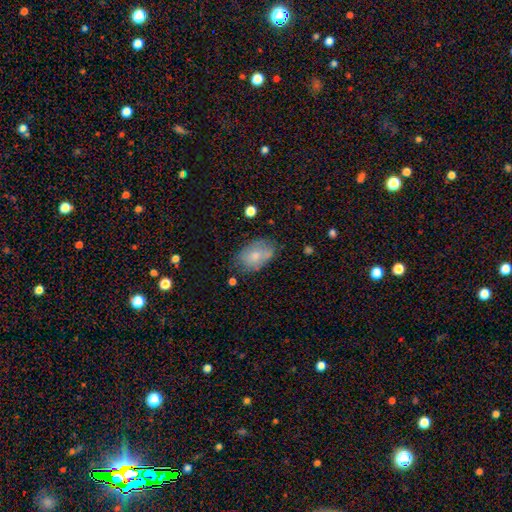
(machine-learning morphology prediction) smooth-or-featured: smooth: 70% | featured or disk: 23% | star or artifact: 8%
  how-rounded: in between: 87% | round: 11% | cigar-shaped: 1%
  merging: none: 61% | minor disturbance: 26% | major disturbance: 8% | merger: 5%